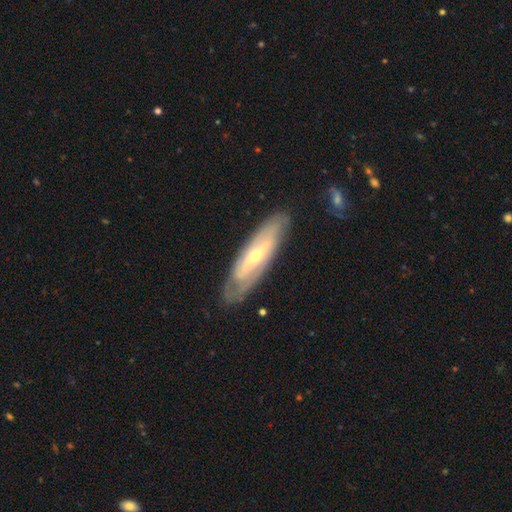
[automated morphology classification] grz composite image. It shows a featured or disk galaxy (73%) with no bar (42%), spiral arms (78%) and a small central bulge (66%). Merging: none (77%).